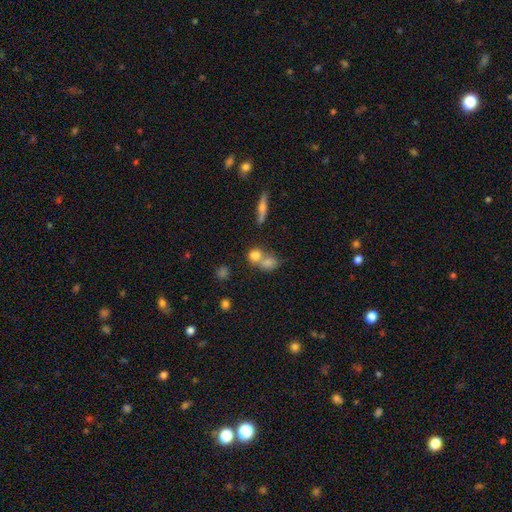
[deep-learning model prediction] Morphology: type=smooth (74%); roundness=round (63%); merging=merger (57%).